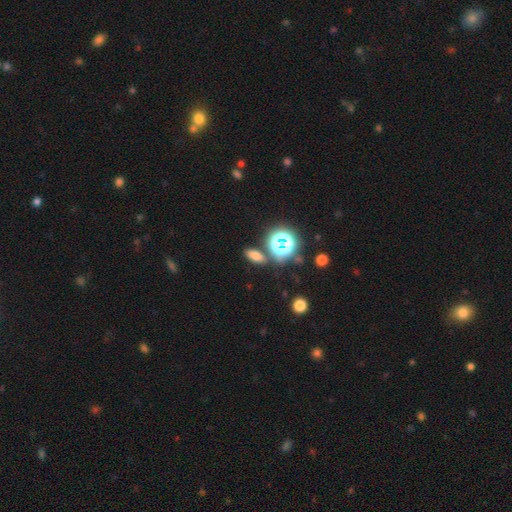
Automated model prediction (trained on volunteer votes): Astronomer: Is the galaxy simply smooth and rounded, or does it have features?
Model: smooth — 67%.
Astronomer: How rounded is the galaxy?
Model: in between — 75%.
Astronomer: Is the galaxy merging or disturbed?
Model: none — 81%.